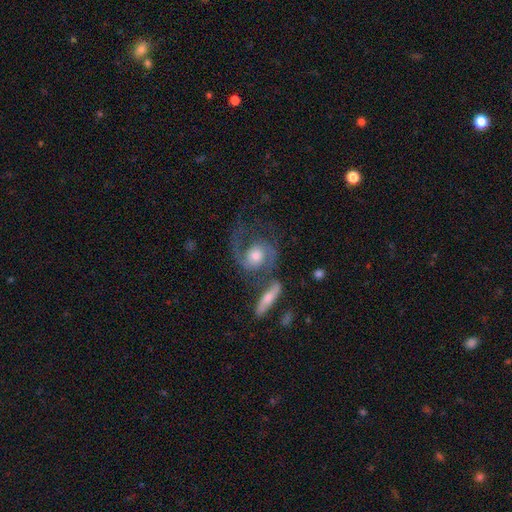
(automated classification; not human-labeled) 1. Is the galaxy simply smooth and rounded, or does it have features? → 78% featured or disk, 12% smooth, 10% star or artifact.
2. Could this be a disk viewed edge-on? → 96% no, 4% yes.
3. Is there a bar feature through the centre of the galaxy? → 57% no, 32% weak, 11% strong.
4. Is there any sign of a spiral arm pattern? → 88% yes, 12% no.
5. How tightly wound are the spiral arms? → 48% medium, 29% loose, 23% tight.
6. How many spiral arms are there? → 76% 2, 11% 1, 7% can't tell, 2% 3, 2% 4, 2% more than 4.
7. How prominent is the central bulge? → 63% moderate, 18% small, 14% large, 3% none, 2% dominant.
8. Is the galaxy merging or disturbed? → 39% none, 34% merger, 14% major disturbance, 13% minor disturbance.